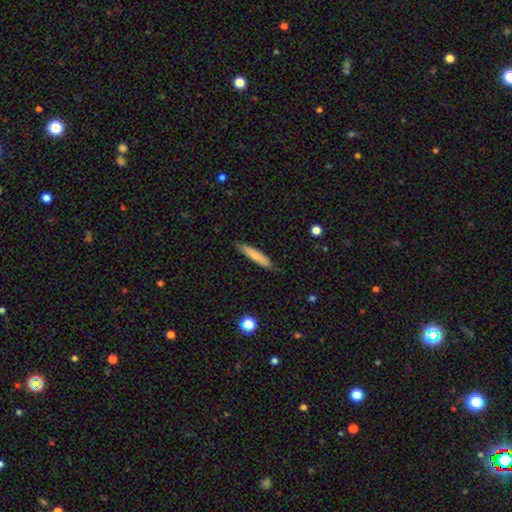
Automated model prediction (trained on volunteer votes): Smooth or featured? Predicted: smooth (p=0.75). How rounded? Predicted: cigar-shaped (p=0.87). Merging? Predicted: none (p=0.81).